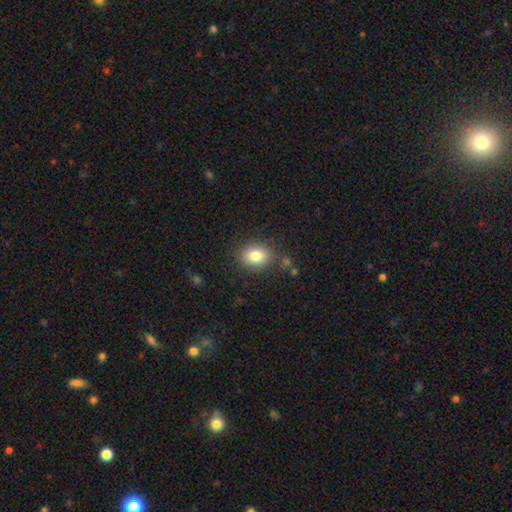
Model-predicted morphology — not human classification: A smooth galaxy with no disk features (82%) that is in between round and cigar-shaped (64%). Merging: none (82%).